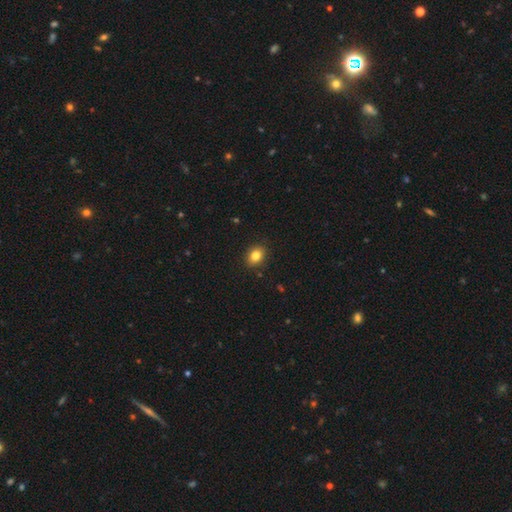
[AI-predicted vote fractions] This appears to be a smooth galaxy with no disk features (83%) that is in between round and cigar-shaped (56%). Merging: none (89%).